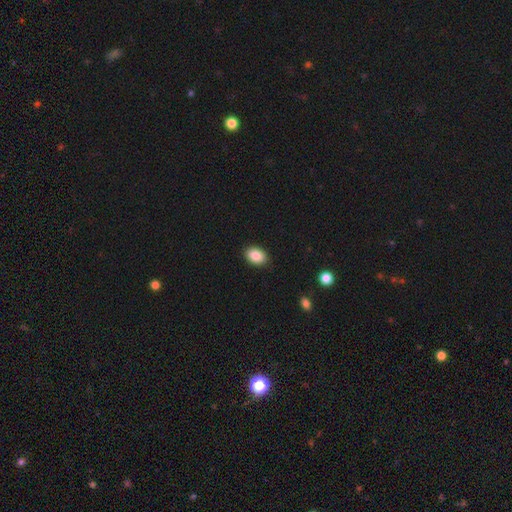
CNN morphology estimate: Smooth or featured? smooth (89%)
How rounded? in between (84%)
Merging? none (90%)